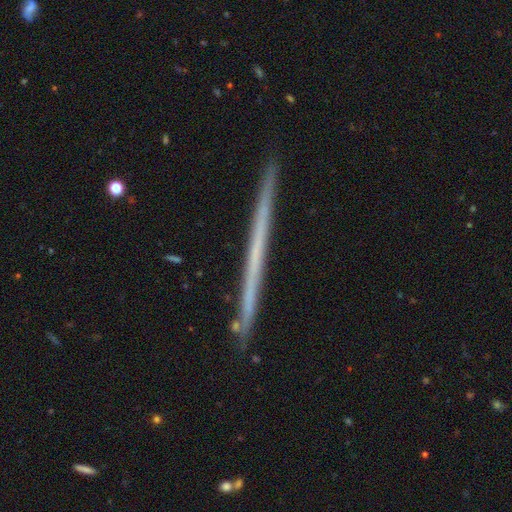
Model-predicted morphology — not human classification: A featured or disk galaxy (62%) viewed edge-on (98%) with no central bulge (95%). Merging: none (91%).